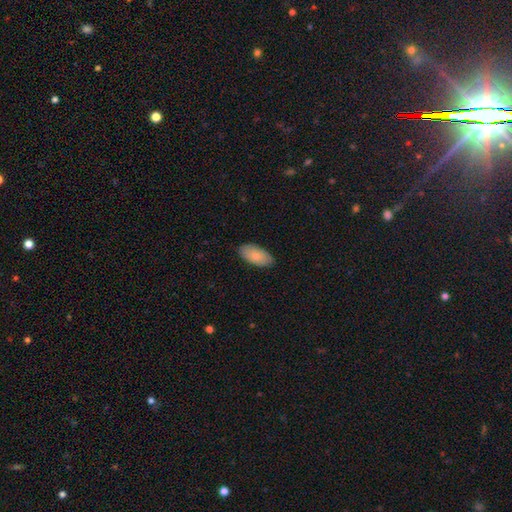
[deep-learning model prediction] Smooth or featured: smooth — 83% (featured or disk — 12%)
How rounded: in between — 94% (cigar-shaped — 4%)
Merging: none — 85% (minor disturbance — 12%)